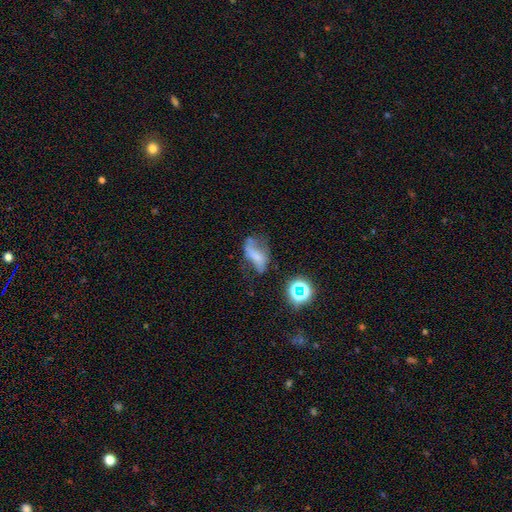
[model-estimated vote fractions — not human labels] This appears to be a smooth galaxy with no disk features (45%). Merging: major disturbance (35%).